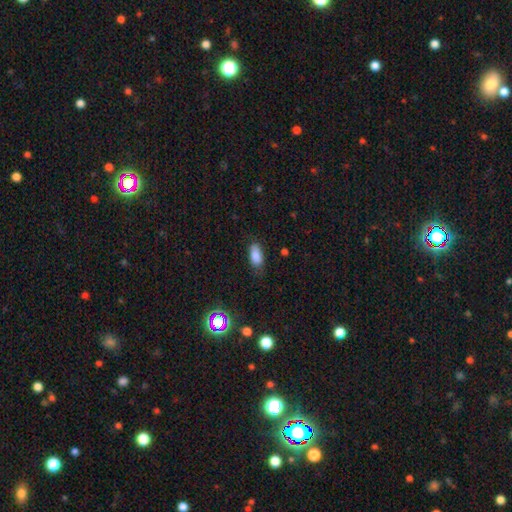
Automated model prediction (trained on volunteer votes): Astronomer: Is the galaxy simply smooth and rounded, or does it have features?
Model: smooth — 84%.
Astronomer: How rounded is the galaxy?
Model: in between — 88%.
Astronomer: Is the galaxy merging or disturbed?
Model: none — 74%.